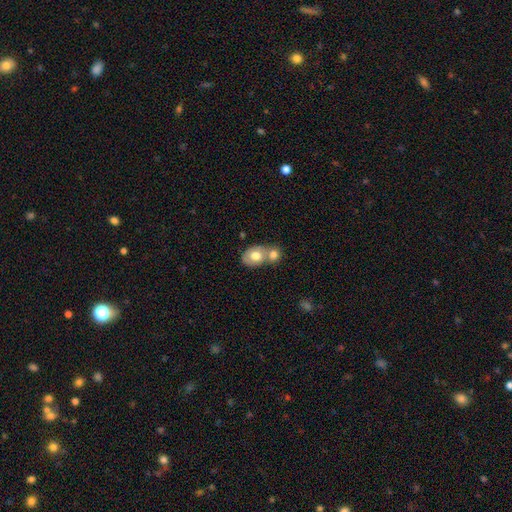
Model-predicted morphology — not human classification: Smooth or featured? Predicted: smooth (p=0.69). How rounded? Predicted: in between (p=0.64). Merging? Predicted: merger (p=0.61).